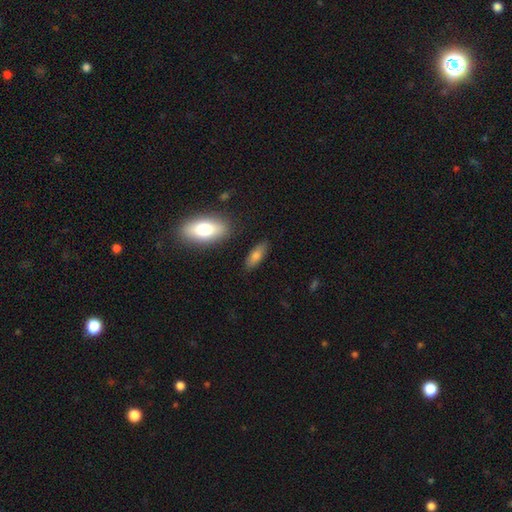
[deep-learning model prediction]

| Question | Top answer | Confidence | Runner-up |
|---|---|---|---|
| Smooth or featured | smooth | 76% | featured or disk (16%) |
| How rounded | in between | 69% | cigar-shaped (28%) |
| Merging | none | 83% | minor disturbance (11%) |